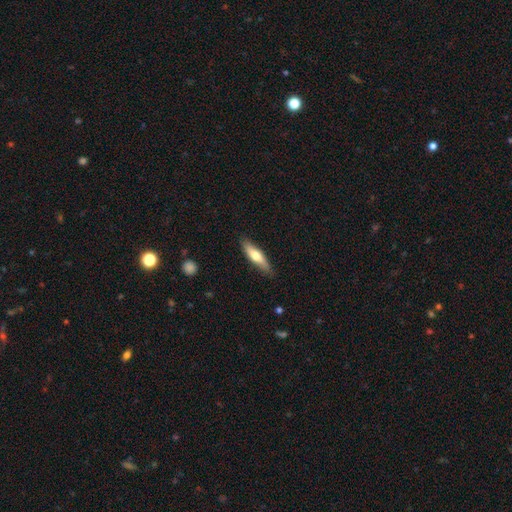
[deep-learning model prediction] smooth 61%, featured or disk 34%, star or artifact 5%. Down the decision tree: how rounded — cigar-shaped (70%); merging — none (84%).